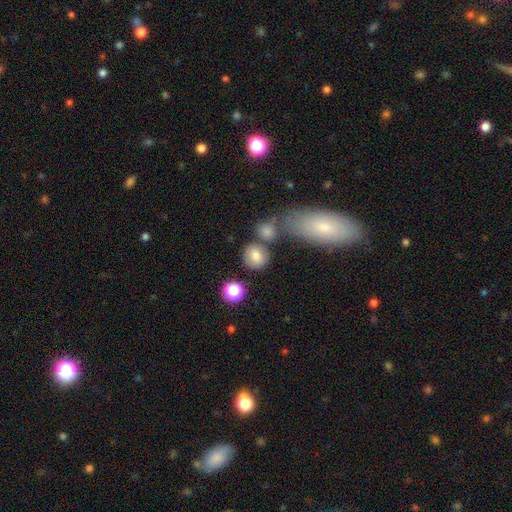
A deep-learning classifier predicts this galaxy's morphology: A smooth galaxy with no disk features (78%) that is round (80%).

Vote fractions:
- Smooth or featured? smooth: 78% / star or artifact: 11% / featured or disk: 11%
- How rounded? round: 80% / in between: 18% / cigar-shaped: 1%
- Merging? none: 70% / merger: 14% / minor disturbance: 12% / major disturbance: 5%